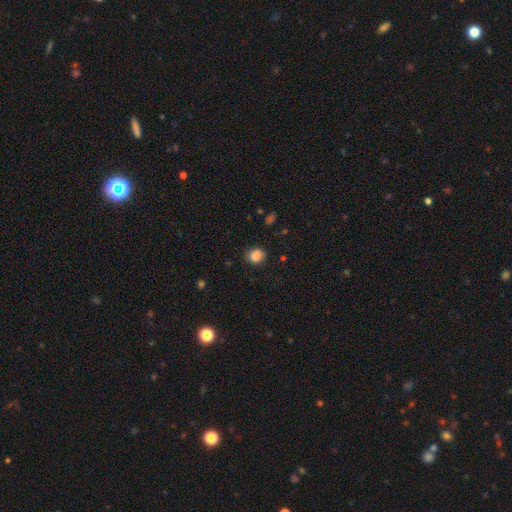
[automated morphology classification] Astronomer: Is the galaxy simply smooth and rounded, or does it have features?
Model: smooth — 85%.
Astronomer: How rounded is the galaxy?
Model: round — 77%.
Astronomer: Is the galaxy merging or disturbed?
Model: none — 88%.